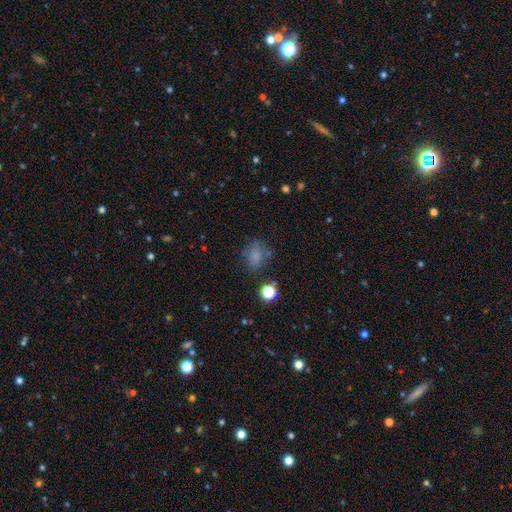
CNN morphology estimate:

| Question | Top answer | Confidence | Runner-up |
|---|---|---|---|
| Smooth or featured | smooth | 71% | star or artifact (18%) |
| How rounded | in between | 61% | round (37%) |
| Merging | none | 63% | minor disturbance (21%) |